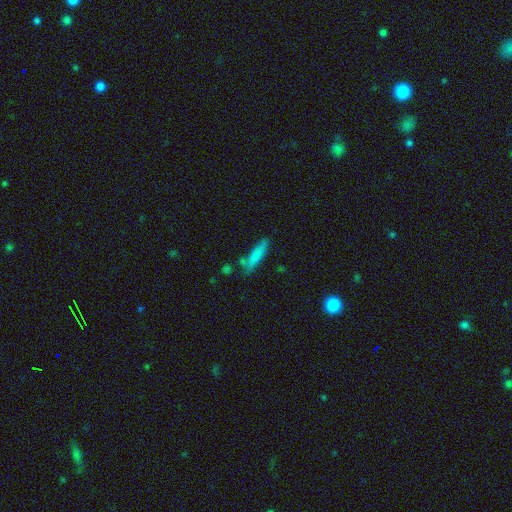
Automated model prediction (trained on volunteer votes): A smooth galaxy with no disk features (79%) that is cigar-shaped (77%). Merging: none (67%).